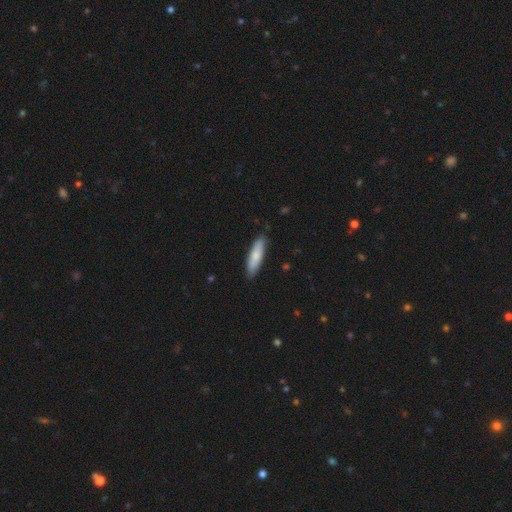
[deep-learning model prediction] smooth_or_featured: smooth (p=0.77) [alt: featured or disk p=0.18]
how_rounded: cigar-shaped (p=0.61) [alt: in between p=0.37]
merging: none (p=0.85) [alt: minor disturbance p=0.12]